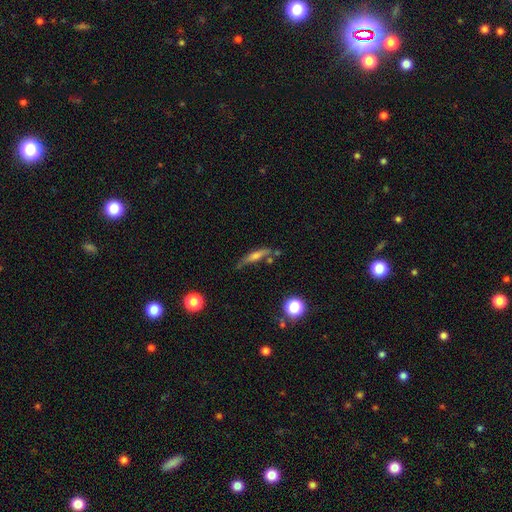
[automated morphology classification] Q: Smooth or featured?
A: featured or disk (48%); runner-up: smooth (41%)
Q: Merging?
A: none (66%); runner-up: minor disturbance (19%)